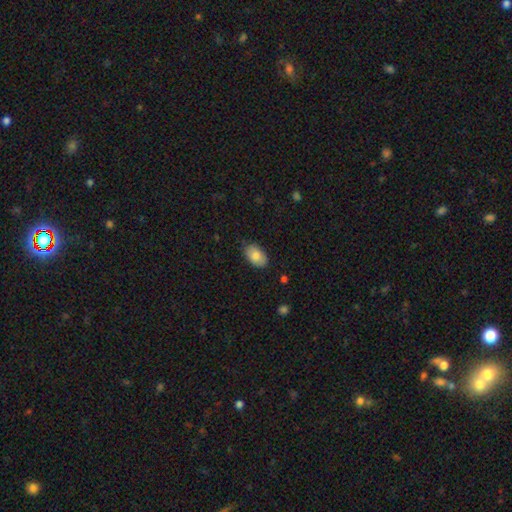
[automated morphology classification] smooth_or_featured: smooth (p=0.82) [alt: featured or disk p=0.11]
how_rounded: in between (p=0.90) [alt: round p=0.08]
merging: none (p=0.82) [alt: minor disturbance p=0.15]